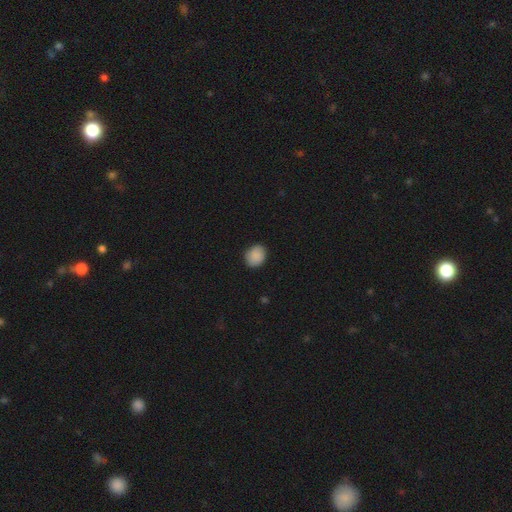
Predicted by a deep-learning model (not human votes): Smooth or featured? smooth (89%)
How rounded? round (59%)
Merging? none (85%)